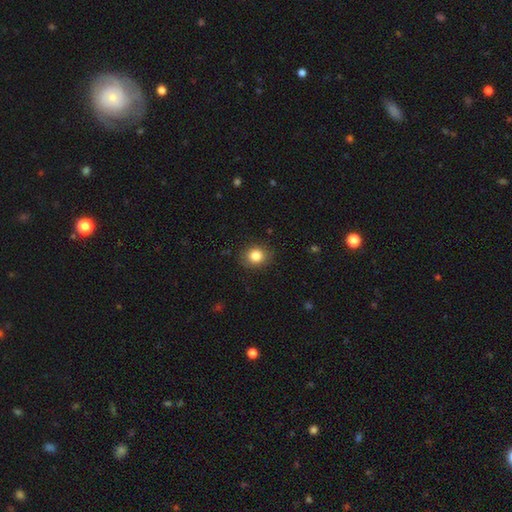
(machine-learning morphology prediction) smooth 83%, star or artifact 10%, featured or disk 6%. Down the decision tree: how rounded — round (70%); merging — none (86%).